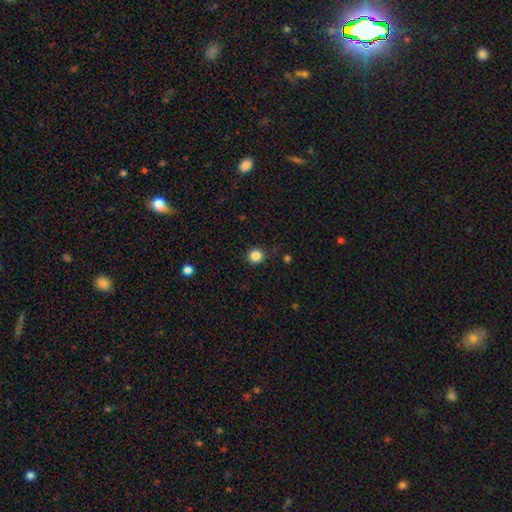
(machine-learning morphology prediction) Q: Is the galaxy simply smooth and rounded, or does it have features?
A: smooth — 85%.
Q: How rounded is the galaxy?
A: round — 93%.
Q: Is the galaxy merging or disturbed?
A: none — 89%.